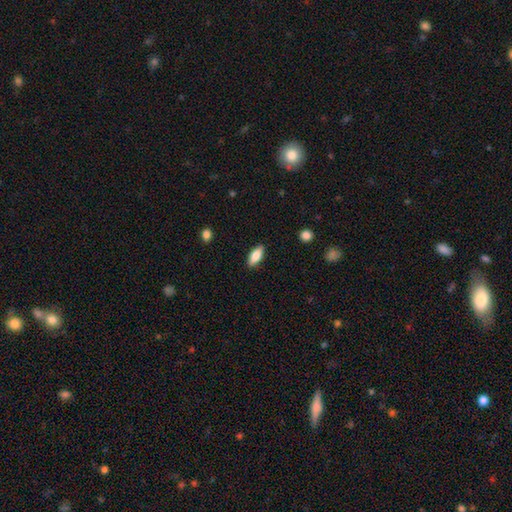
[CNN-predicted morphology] A smooth galaxy with no disk features (78%) that is in between round and cigar-shaped (74%).

Vote fractions:
- Smooth or featured? smooth: 78% / featured or disk: 15% / star or artifact: 6%
- How rounded? in between: 74% / cigar-shaped: 24% / round: 2%
- Merging? none: 87% / minor disturbance: 9% / major disturbance: 2% / merger: 1%